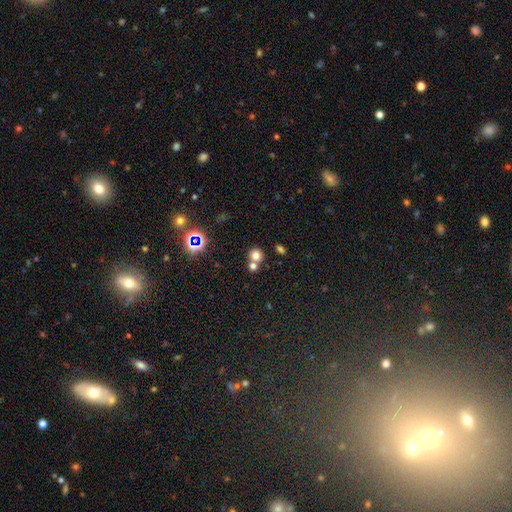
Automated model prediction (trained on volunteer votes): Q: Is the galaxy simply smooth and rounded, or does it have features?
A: smooth — 73%.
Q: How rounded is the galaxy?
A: round — 84%.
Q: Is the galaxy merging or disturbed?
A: none — 48%.